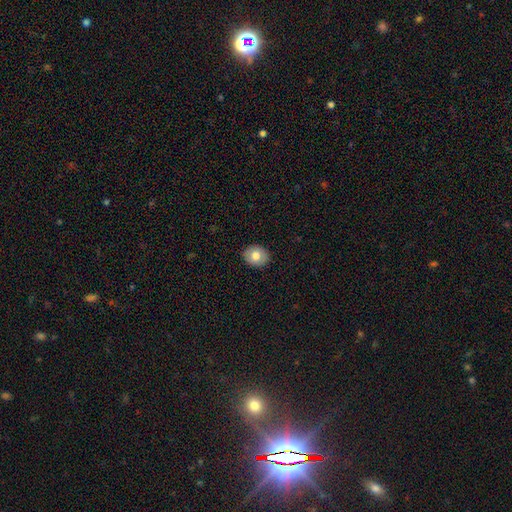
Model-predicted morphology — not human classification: Smooth or featured? smooth (76%)
How rounded? round (63%)
Merging? none (90%)